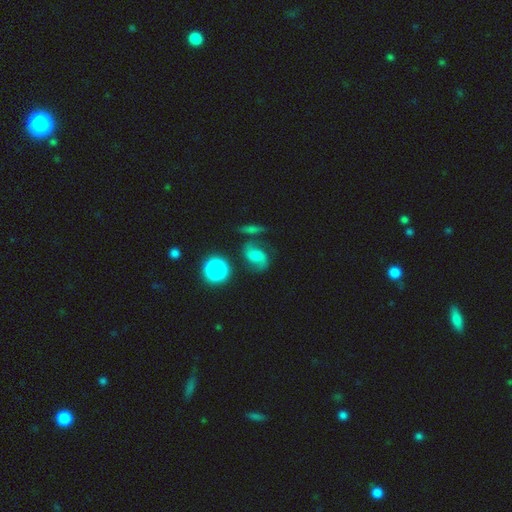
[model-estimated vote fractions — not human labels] Morphology: type=featured or disk (67%); edge-on=no (97%); bar=no (46%); spiral arms=yes (94%); winding=loose (50%); arm count=2 (90%); bulge=moderate (40%); merging=none (62%).